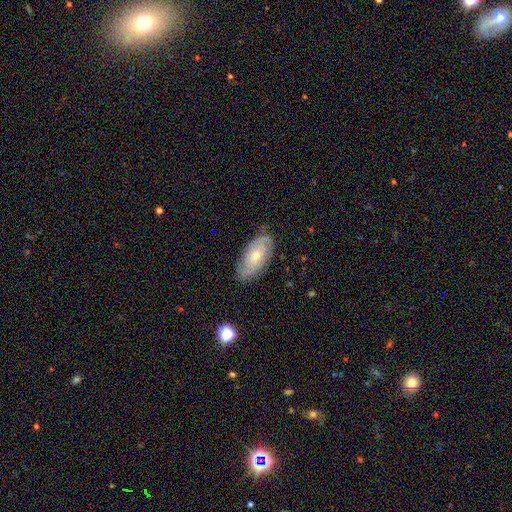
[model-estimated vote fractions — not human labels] A featured or disk galaxy (64%) with no bar (74%), spiral arms (83%) and a moderate central bulge (50%).

Vote fractions:
- Smooth or featured? featured or disk: 64% / smooth: 29% / star or artifact: 7%
- Edge-on disk? no: 90% / yes: 10%
- Bar? no: 74% / weak: 22% / strong: 4%
- Spiral arms? yes: 83% / no: 17%
- Bulge size? moderate: 50% / small: 46% / large: 2% / none: 1% / dominant: 1%
- Merging? none: 79% / minor disturbance: 16% / major disturbance: 4% / merger: 1%